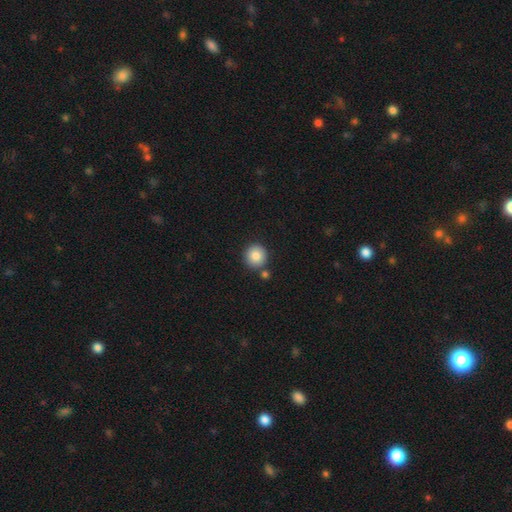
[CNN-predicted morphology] Smooth or featured?
  - smooth: 85% *
  - star or artifact: 9%
  - featured or disk: 6%
How rounded?
  - round: 94% *
  - in between: 5%
  - cigar-shaped: 1%
Merging?
  - none: 81% *
  - merger: 9%
  - minor disturbance: 7%
  - major disturbance: 2%